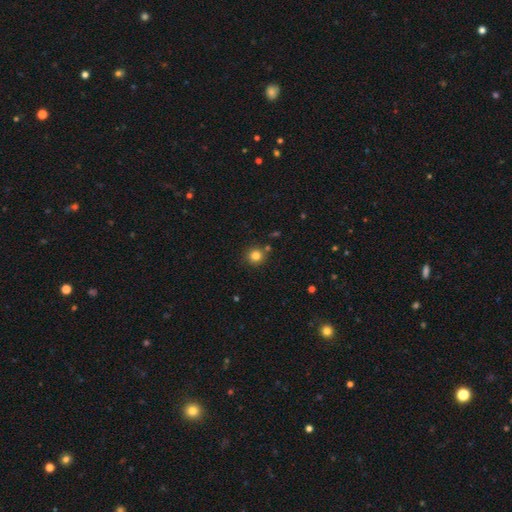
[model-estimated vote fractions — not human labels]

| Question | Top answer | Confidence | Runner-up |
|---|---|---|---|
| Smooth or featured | smooth | 82% | star or artifact (12%) |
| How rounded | round | 92% | in between (7%) |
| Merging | none | 83% | minor disturbance (8%) |